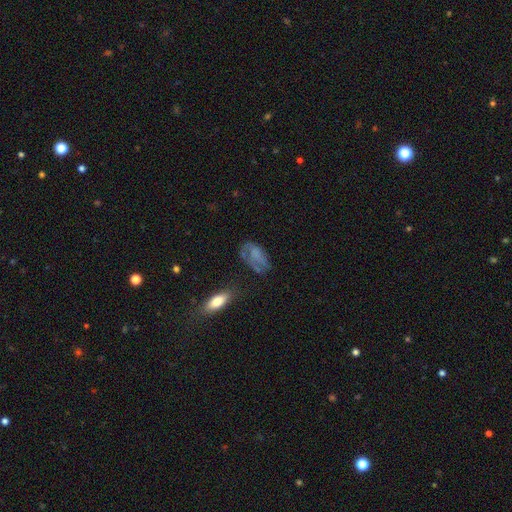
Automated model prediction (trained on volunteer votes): Smooth or featured? smooth (45%)
Merging? none (47%)